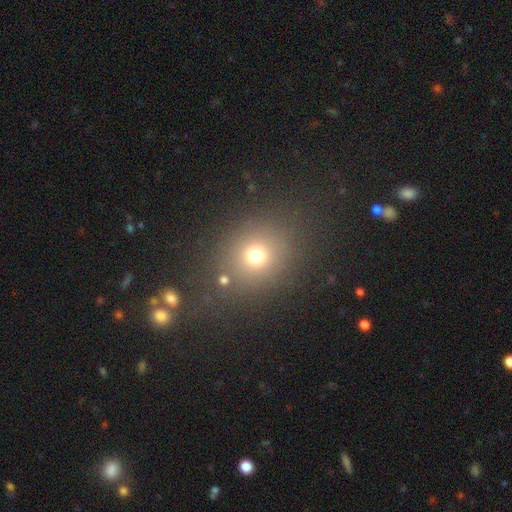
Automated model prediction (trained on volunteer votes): A smooth galaxy with no disk features (70%) that is round (77%). Merging: none (77%).